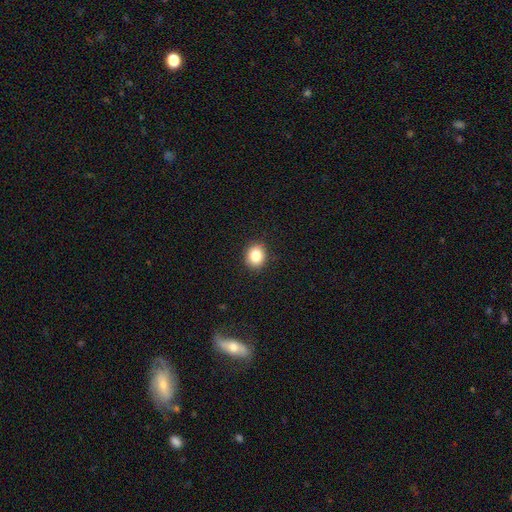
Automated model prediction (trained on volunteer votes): smooth-or-featured: smooth: 84% | star or artifact: 10% | featured or disk: 7%
  how-rounded: round: 70% | in between: 30% | cigar-shaped: 1%
  merging: none: 90% | minor disturbance: 7% | major disturbance: 2% | merger: 1%